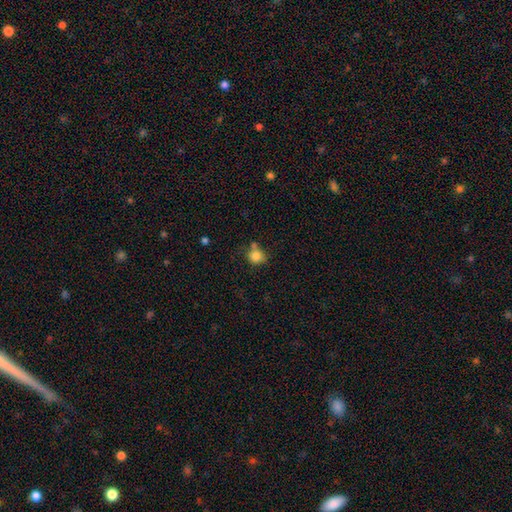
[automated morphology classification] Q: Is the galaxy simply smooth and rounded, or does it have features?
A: smooth — 82%.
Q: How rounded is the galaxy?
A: round — 76%.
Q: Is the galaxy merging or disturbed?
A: none — 54%.